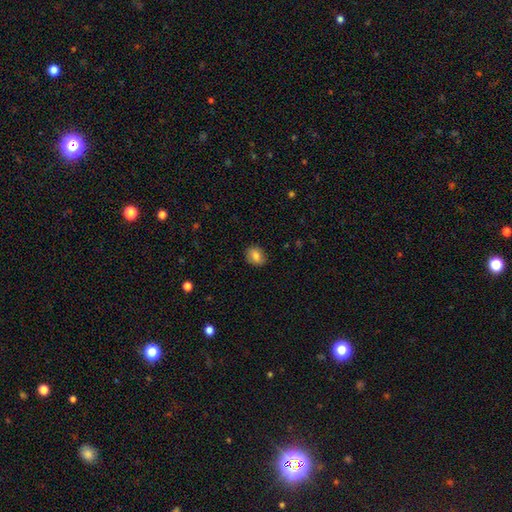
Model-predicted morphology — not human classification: Smooth or featured?
  - smooth: 80% *
  - featured or disk: 12%
  - star or artifact: 8%
How rounded?
  - in between: 50% *
  - round: 49%
  - cigar-shaped: 1%
Merging?
  - none: 87% *
  - minor disturbance: 10%
  - major disturbance: 2%
  - merger: 1%